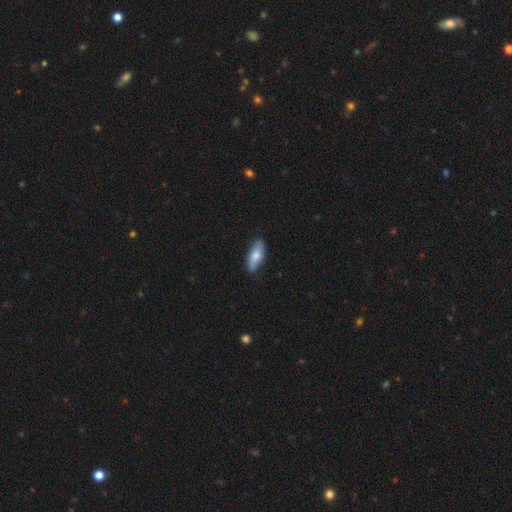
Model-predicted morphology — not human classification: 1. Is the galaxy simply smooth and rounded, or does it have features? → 64% smooth, 30% featured or disk, 6% star or artifact.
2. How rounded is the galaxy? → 69% in between, 28% cigar-shaped, 3% round.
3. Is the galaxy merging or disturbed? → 82% none, 15% minor disturbance, 2% major disturbance, 1% merger.